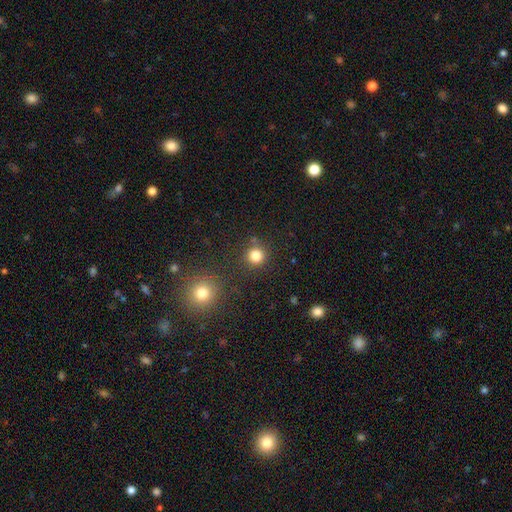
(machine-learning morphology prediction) This is clearly a smooth galaxy (81%). How rounded: clearly round (93%). Merging: clearly none (83%).